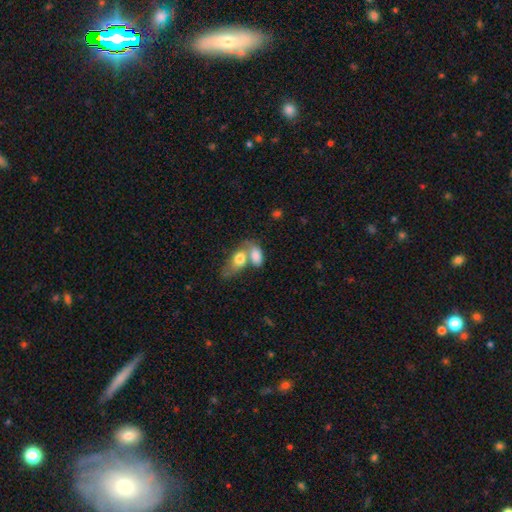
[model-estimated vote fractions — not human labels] Overall: smooth (80%). How rounded: in between (89%). Merging: merger (68%).